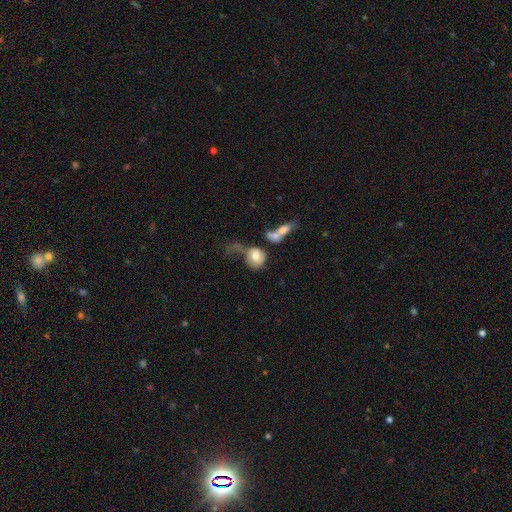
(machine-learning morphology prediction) smooth_or_featured: smooth (p=0.68) [alt: featured or disk p=0.24]
how_rounded: round (p=0.62) [alt: in between p=0.36]
merging: merger (p=0.32) [alt: major disturbance p=0.30]